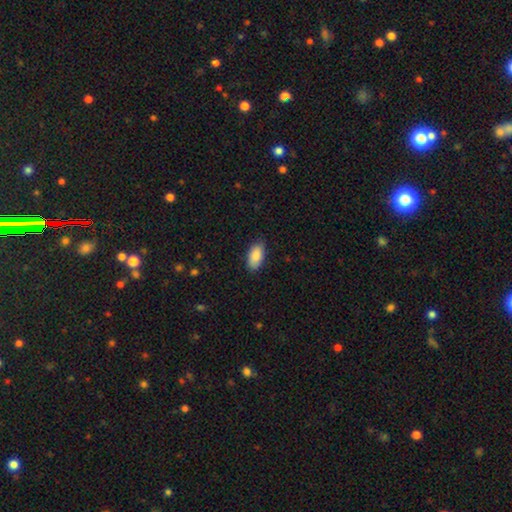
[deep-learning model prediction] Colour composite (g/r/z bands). It shows a smooth galaxy with no disk features (87%) that is in between round and cigar-shaped (93%). Merging: none (83%).